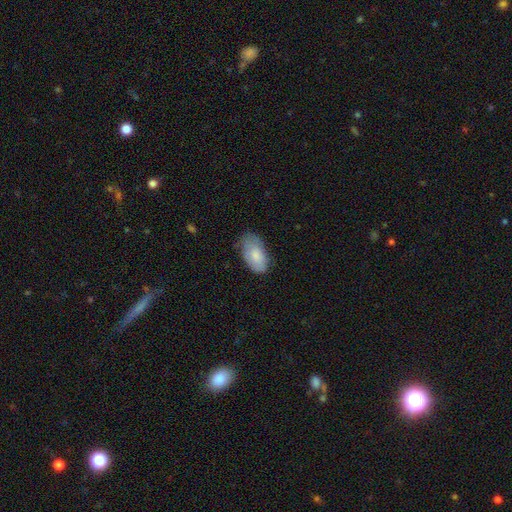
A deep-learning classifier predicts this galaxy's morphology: The model was most divided on "merging": none: 62%, minor disturbance: 30%, major disturbance: 7%, merger: 1%. More confident: how rounded — in between (95%); smooth or featured — smooth (79%).